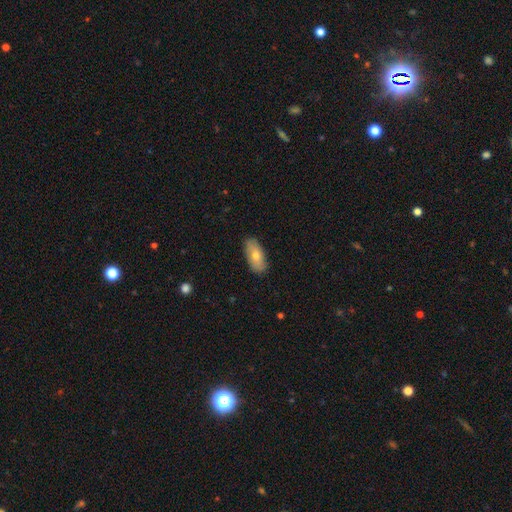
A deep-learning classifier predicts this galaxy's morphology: A smooth galaxy with no disk features (67%) that is in between round and cigar-shaped (88%). Merging: none (86%).